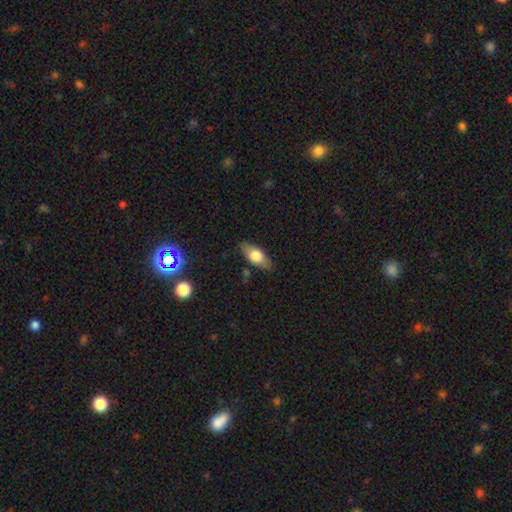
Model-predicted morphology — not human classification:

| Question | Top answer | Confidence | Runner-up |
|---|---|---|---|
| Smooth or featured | smooth | 65% | featured or disk (28%) |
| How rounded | in between | 80% | cigar-shaped (15%) |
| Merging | none | 85% | minor disturbance (11%) |